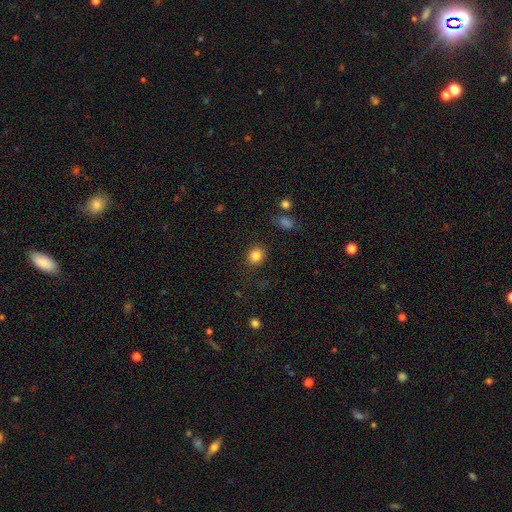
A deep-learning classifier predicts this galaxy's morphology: Overall: smooth (84%). How rounded: round (77%). Merging: none (86%).